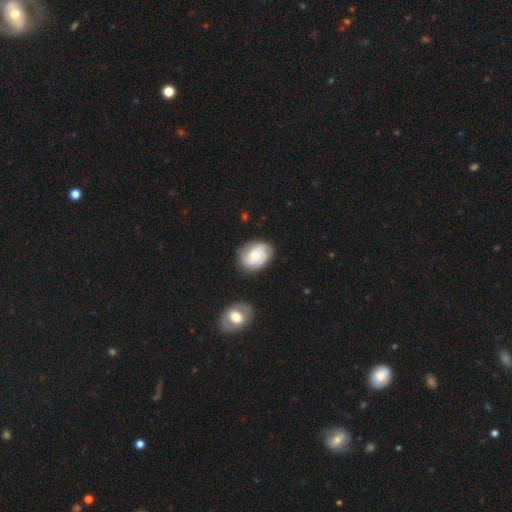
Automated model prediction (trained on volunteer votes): Overall: featured or disk (70%). Edge-on disk: no (98%). Bar: no (71%). Spiral arms: yes (94%). Spiral arm count: 3 (49%; can't tell 17%). Spiral winding: tight (50%; medium 39%). Bulge size: small (50%; moderate 40%). Merging: none (75%).